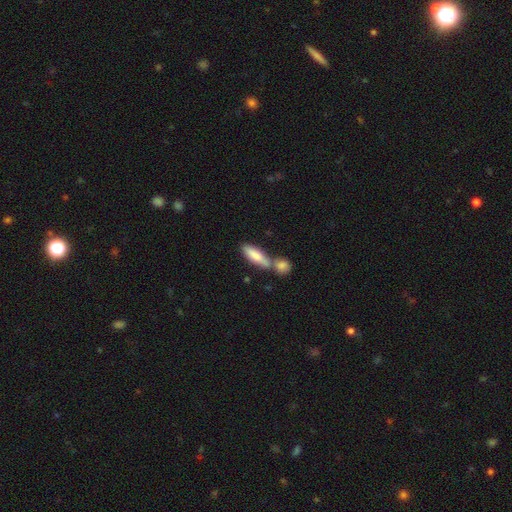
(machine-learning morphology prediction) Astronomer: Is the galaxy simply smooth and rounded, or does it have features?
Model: smooth — 79%.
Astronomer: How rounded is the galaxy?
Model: in between — 52% (runner-up: cigar-shaped, 46%).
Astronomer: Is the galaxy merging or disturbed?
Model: merger — 45% (runner-up: none, 39%).